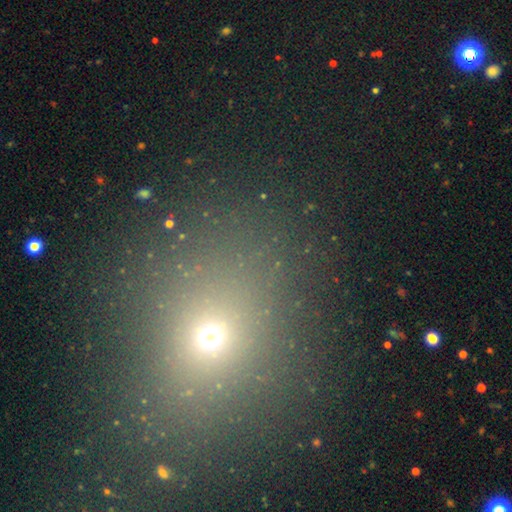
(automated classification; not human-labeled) smooth_or_featured: smooth (p=0.47) [alt: star or artifact p=0.43]
merging: none (p=0.82) [alt: minor disturbance p=0.08]